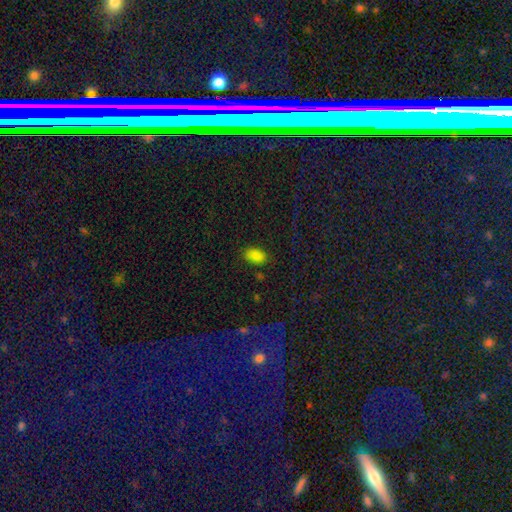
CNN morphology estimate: This appears to be a smooth galaxy with no disk features (84%) that is in between round and cigar-shaped (91%). Merging: none (82%).